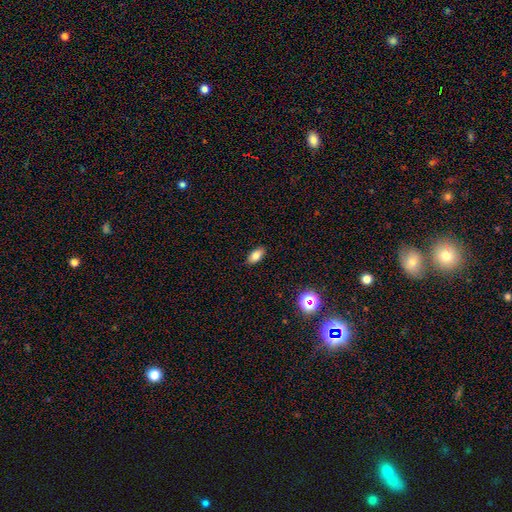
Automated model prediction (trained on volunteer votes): smooth 80%, star or artifact 10%, featured or disk 10%. Down the decision tree: how rounded — in between (89%); merging — none (89%).